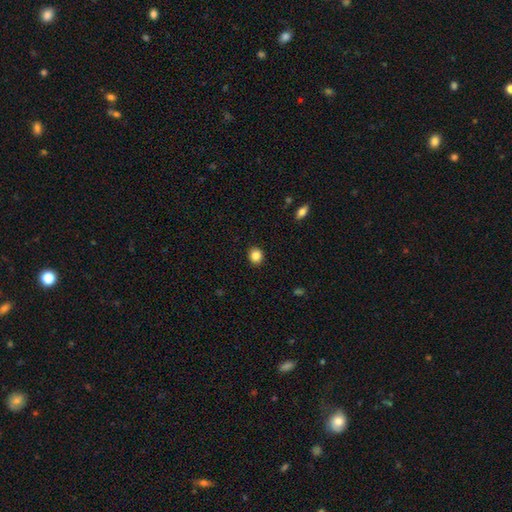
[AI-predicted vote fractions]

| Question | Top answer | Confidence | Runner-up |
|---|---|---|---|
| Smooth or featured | smooth | 85% | star or artifact (10%) |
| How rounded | round | 77% | in between (22%) |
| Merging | none | 92% | minor disturbance (6%) |